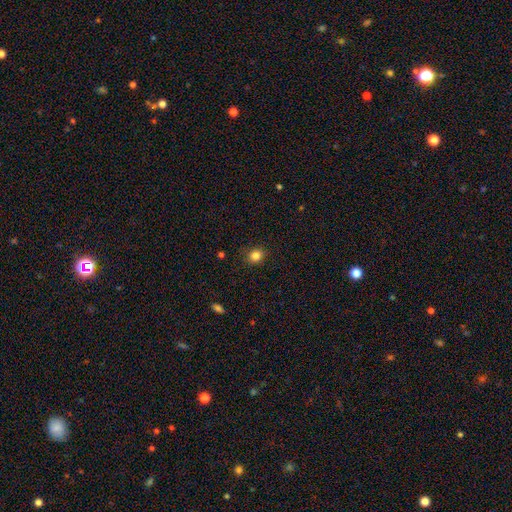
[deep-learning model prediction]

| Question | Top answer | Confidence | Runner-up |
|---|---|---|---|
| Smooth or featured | smooth | 83% | star or artifact (12%) |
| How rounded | round | 77% | in between (23%) |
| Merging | none | 87% | minor disturbance (10%) |